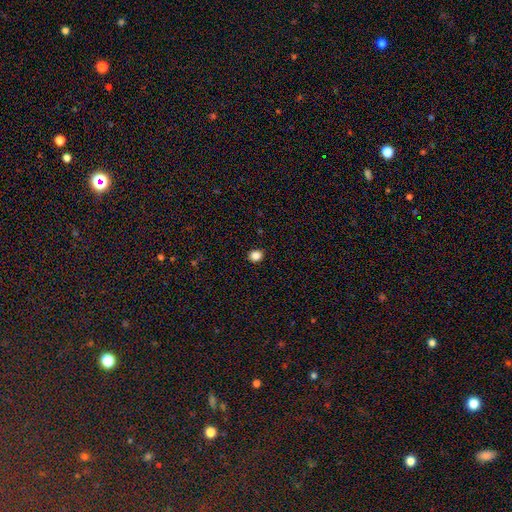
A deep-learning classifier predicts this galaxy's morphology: A smooth galaxy with no disk features (86%) that is round (69%).

Vote fractions:
- Smooth or featured? smooth: 86% / star or artifact: 11% / featured or disk: 3%
- How rounded? round: 69% / in between: 30% / cigar-shaped: 1%
- Merging? none: 91% / minor disturbance: 6% / major disturbance: 2% / merger: 1%